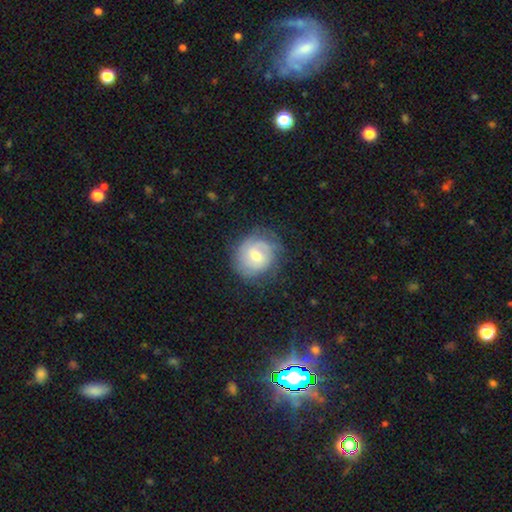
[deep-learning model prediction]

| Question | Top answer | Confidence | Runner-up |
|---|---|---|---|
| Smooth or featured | featured or disk | 49% | smooth (44%) |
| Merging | none | 70% | minor disturbance (20%) |